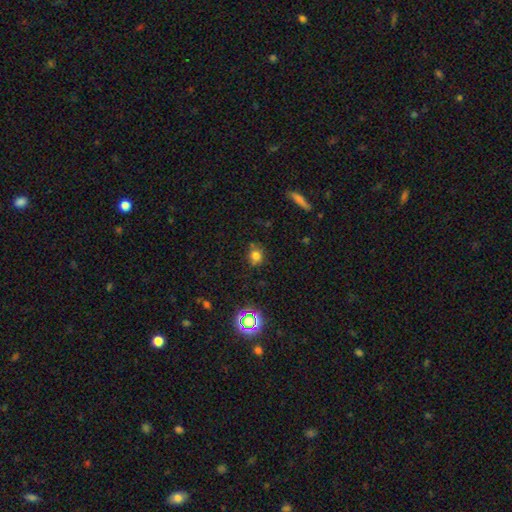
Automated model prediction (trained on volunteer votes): Smooth or featured: smooth — 74% (star or artifact — 18%)
How rounded: round — 74% (in between — 25%)
Merging: none — 75% (minor disturbance — 17%)